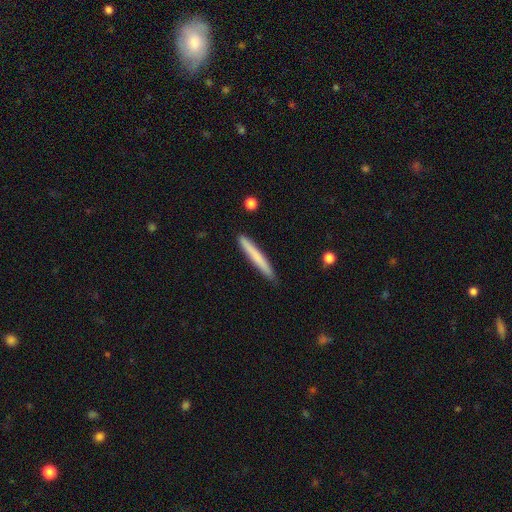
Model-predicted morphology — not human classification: A smooth galaxy with no disk features (71%) that is cigar-shaped (97%). Merging: none (89%).